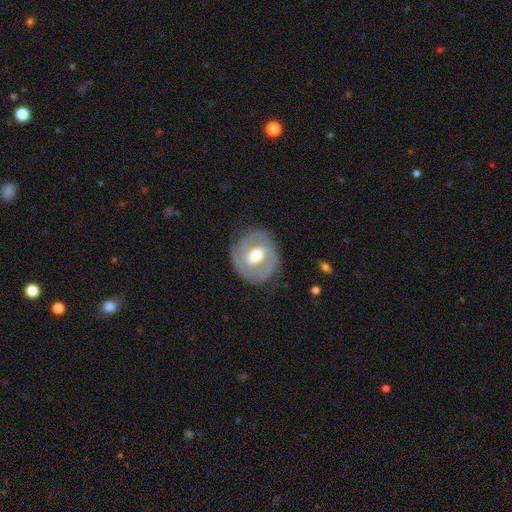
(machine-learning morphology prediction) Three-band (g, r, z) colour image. It shows a featured or disk galaxy (78%) with a weak bar (45%), 2 (73%) tight (53%) spiral arms (82%) and a moderate central bulge (70%). Merging: none (80%).